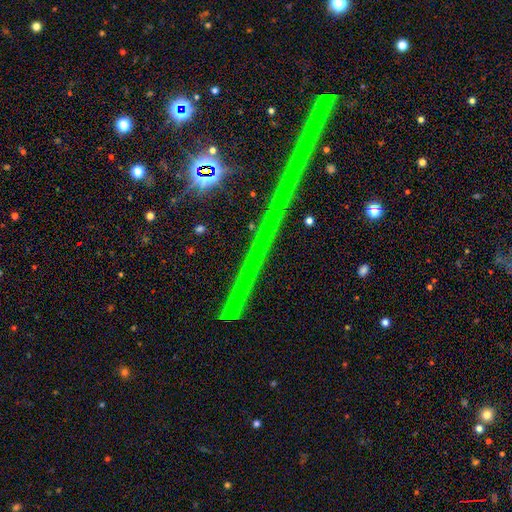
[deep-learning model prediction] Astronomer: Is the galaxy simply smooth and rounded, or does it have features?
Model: star or artifact — 78%.